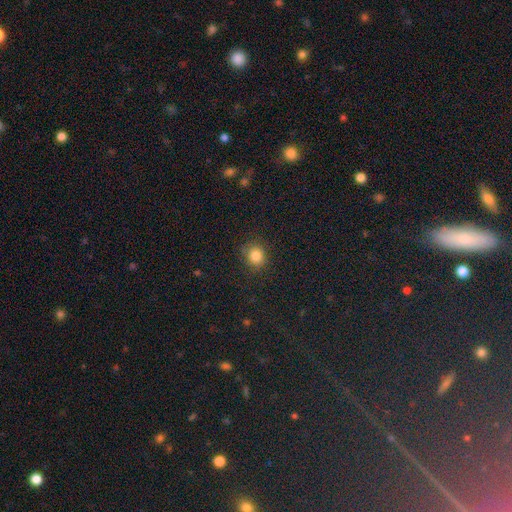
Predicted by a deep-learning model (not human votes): Overall: smooth (83%). How rounded: round (82%). Merging: none (85%).